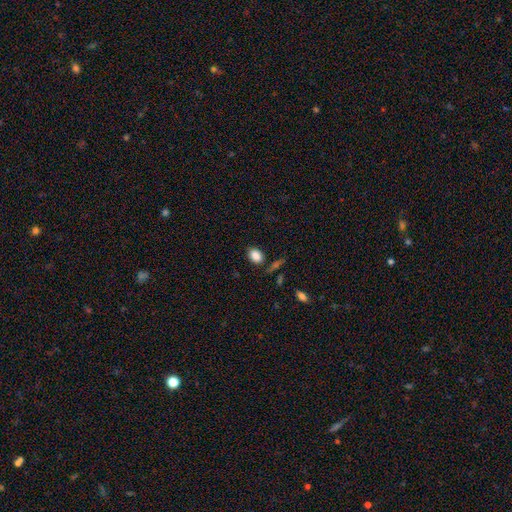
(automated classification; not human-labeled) This is clearly a smooth galaxy (86%). How rounded: likely in between (78%). Merging: likely none (77%).